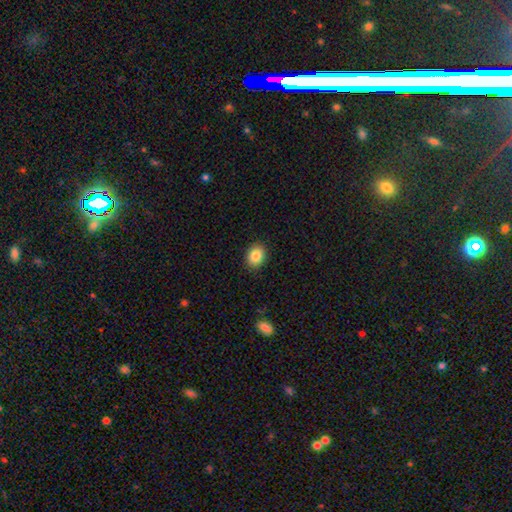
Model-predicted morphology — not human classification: The model was most divided on "how rounded": in between: 61%, round: 38%, cigar-shaped: 1%. More confident: merging — none (89%); smooth or featured — smooth (86%).